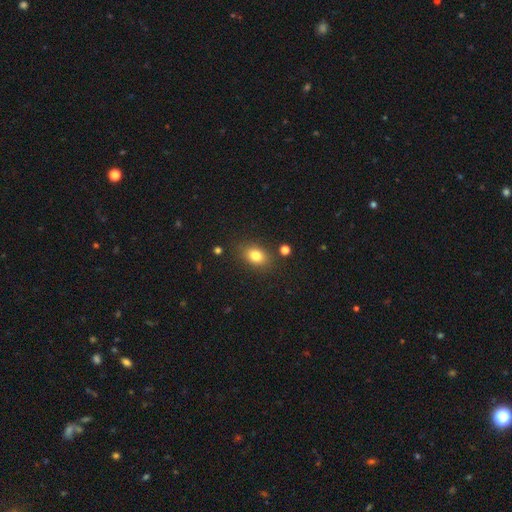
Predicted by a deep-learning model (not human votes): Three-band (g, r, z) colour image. It shows a smooth galaxy with no disk features (80%) that is in between round and cigar-shaped (66%). Merging: none (82%).